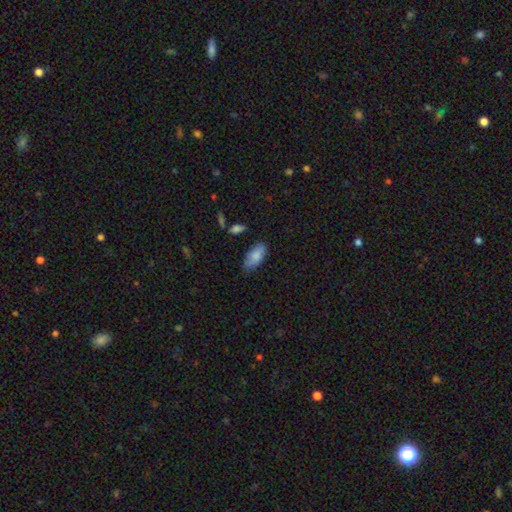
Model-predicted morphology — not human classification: Smooth or featured?
  - smooth: 82% *
  - featured or disk: 12%
  - star or artifact: 6%
How rounded?
  - in between: 90% *
  - cigar-shaped: 8%
  - round: 2%
Merging?
  - none: 67% *
  - minor disturbance: 25%
  - major disturbance: 5%
  - merger: 3%